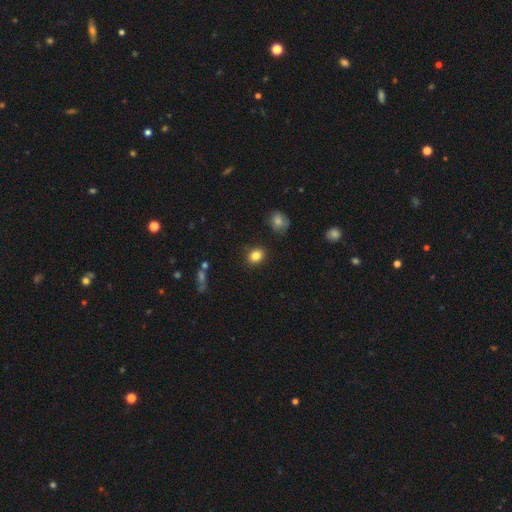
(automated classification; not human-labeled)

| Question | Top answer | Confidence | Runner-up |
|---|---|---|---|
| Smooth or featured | smooth | 84% | star or artifact (11%) |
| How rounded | round | 63% | in between (36%) |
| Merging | none | 87% | minor disturbance (8%) |